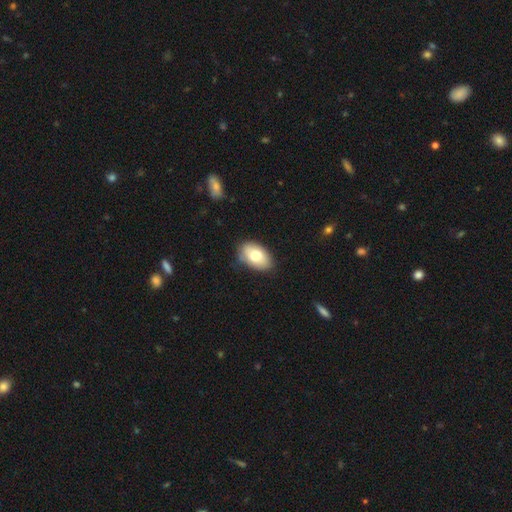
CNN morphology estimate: smooth-or-featured: smooth: 76% | featured or disk: 18% | star or artifact: 7%
  how-rounded: in between: 91% | round: 7% | cigar-shaped: 1%
  merging: none: 80% | minor disturbance: 16% | major disturbance: 3% | merger: 1%